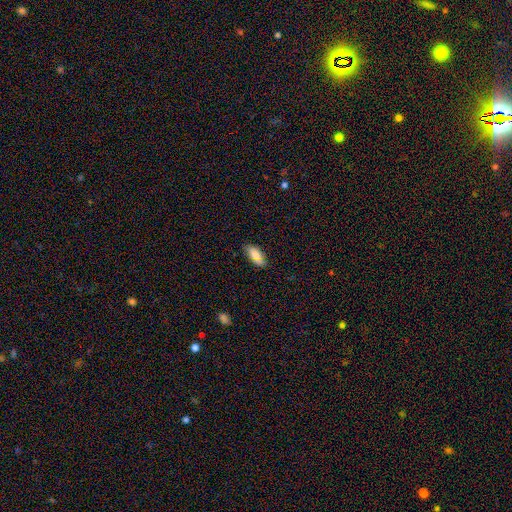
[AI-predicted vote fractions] Morphology: type=smooth (77%); roundness=in between (84%); merging=none (78%).